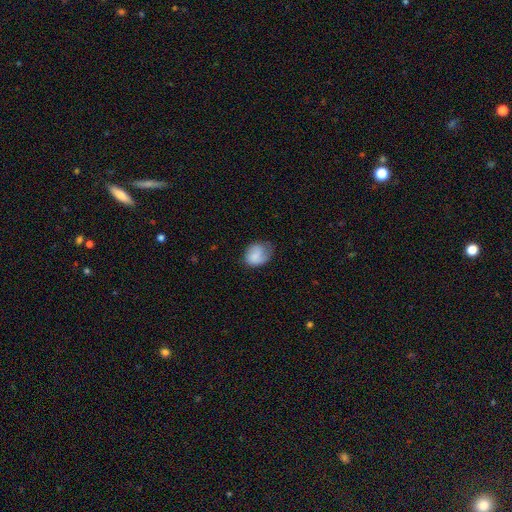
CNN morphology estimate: Smooth or featured? smooth (71%)
How rounded? in between (52%)
Merging? none (48%)